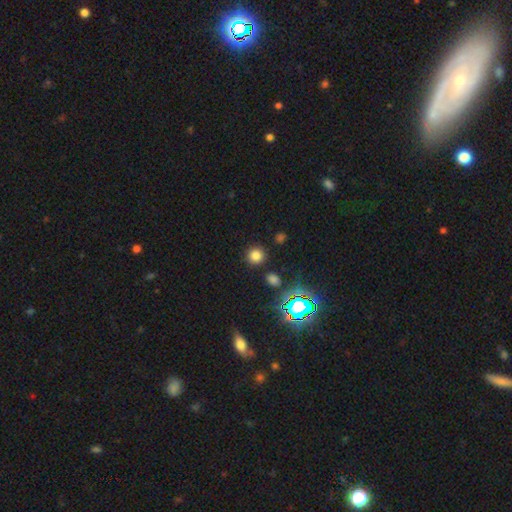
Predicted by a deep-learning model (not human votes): Overall: smooth (73%). How rounded: round (93%). Merging: none (87%).